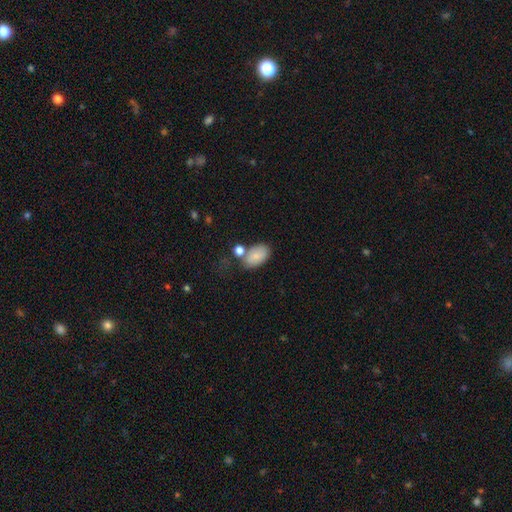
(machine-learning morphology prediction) smooth 83%, featured or disk 10%, star or artifact 7%. Down the decision tree: how rounded — in between (92%); merging — none (58%).